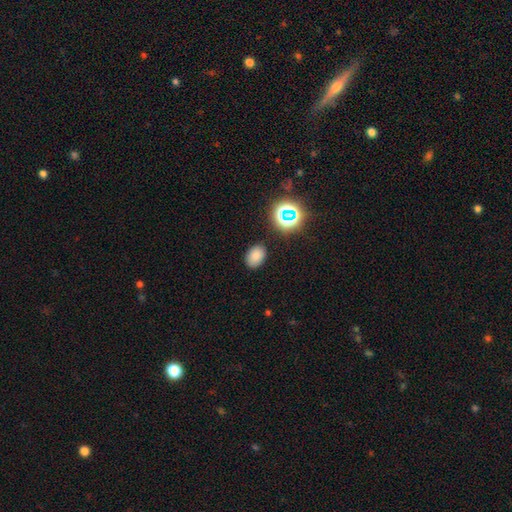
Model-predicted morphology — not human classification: Smooth or featured?
  - smooth: 78% *
  - star or artifact: 16%
  - featured or disk: 6%
How rounded?
  - in between: 80% *
  - round: 19%
  - cigar-shaped: 1%
Merging?
  - none: 85% *
  - minor disturbance: 11%
  - major disturbance: 3%
  - merger: 2%